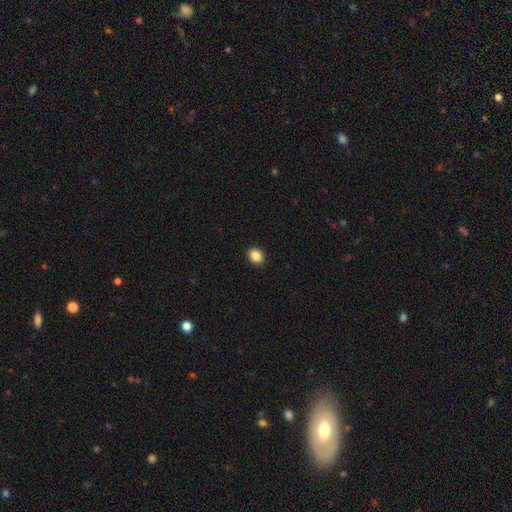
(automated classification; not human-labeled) The model was most divided on "how rounded": round: 58%, in between: 41%, cigar-shaped: 1%. More confident: merging — none (92%); smooth or featured — smooth (87%).